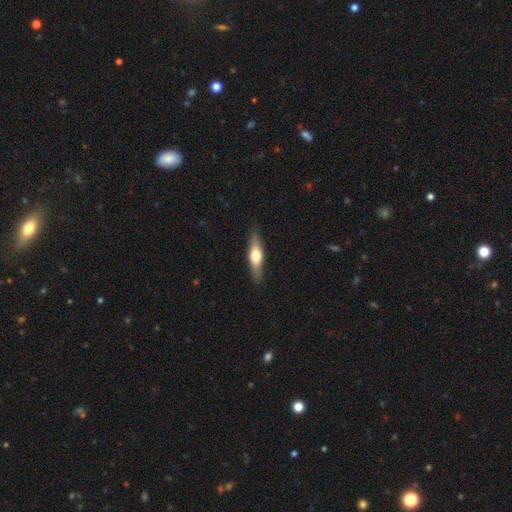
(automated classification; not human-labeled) Overall: smooth (52%; featured or disk 43%). How rounded: cigar-shaped (62%; in between 35%). Merging: none (87%).